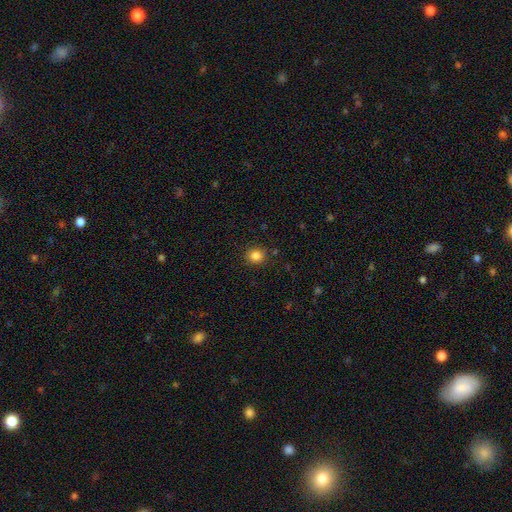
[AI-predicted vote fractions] Morphology: type=smooth (85%); roundness=round (78%); merging=none (88%).